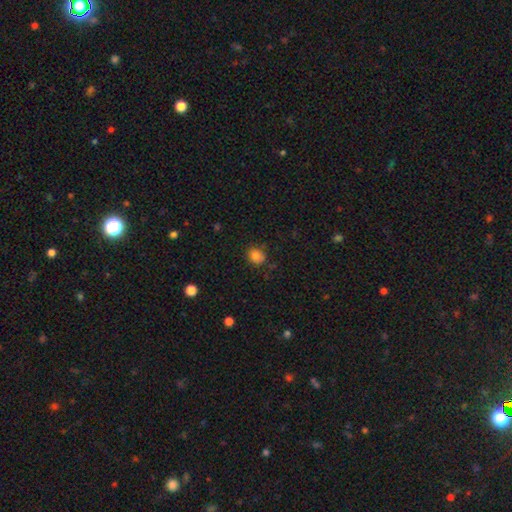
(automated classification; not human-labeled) The model was most divided on "how rounded": round: 70%, in between: 29%, cigar-shaped: 1%. More confident: smooth or featured — smooth (83%); merging — none (76%).